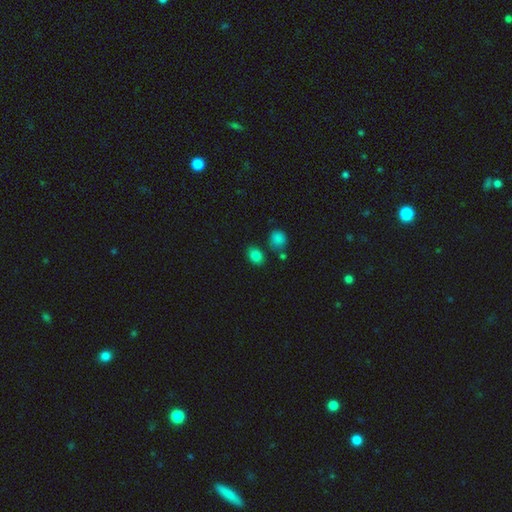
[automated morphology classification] Q: Smooth or featured?
A: smooth (83%); runner-up: star or artifact (11%)
Q: How rounded?
A: in between (68%); runner-up: round (31%)
Q: Merging?
A: none (75%); runner-up: minor disturbance (13%)